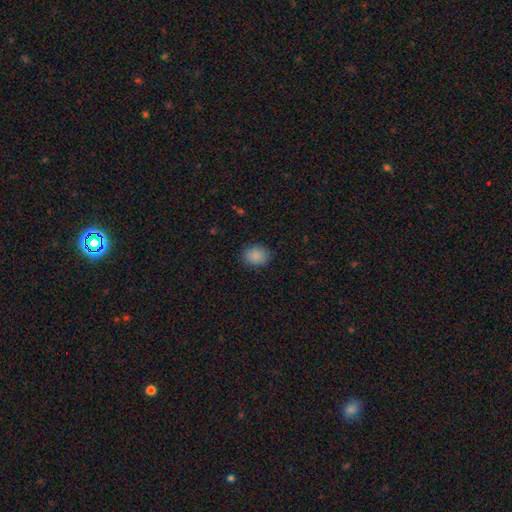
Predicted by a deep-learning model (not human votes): smooth 88%, star or artifact 9%, featured or disk 3%. Down the decision tree: how rounded — round (60%); merging — none (85%).